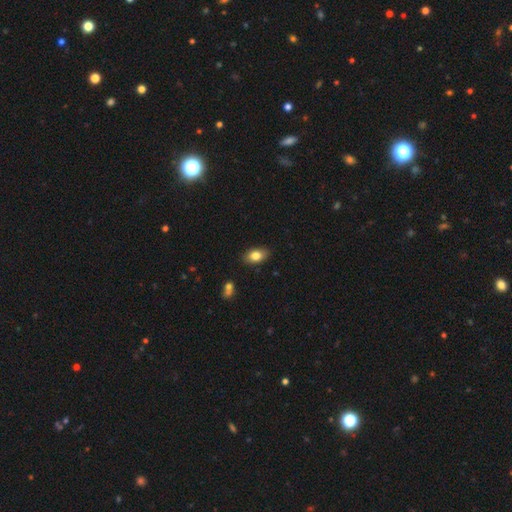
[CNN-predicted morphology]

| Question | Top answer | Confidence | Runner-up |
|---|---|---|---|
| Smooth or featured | smooth | 81% | featured or disk (11%) |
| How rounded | in between | 88% | round (9%) |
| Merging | none | 86% | minor disturbance (10%) |